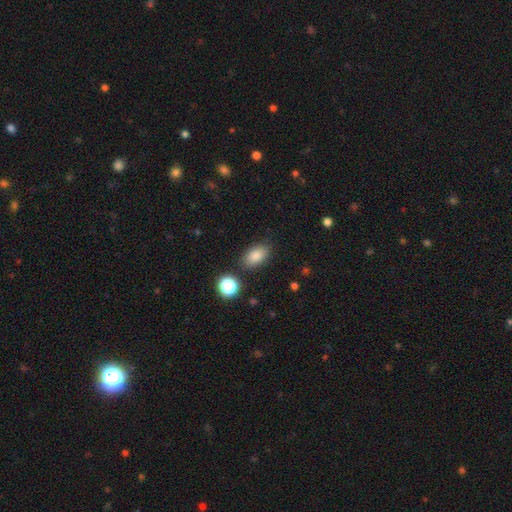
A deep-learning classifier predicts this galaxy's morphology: Overall: smooth (84%). How rounded: in between (89%). Merging: none (83%).